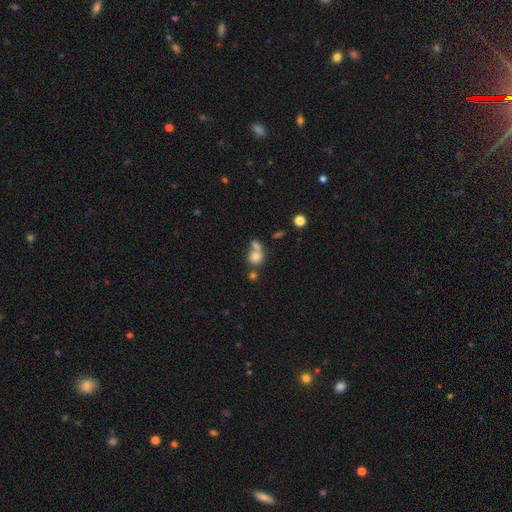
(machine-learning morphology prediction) This appears to be a smooth galaxy with no disk features (77%) that is round (75%). Merging: merger (45%).